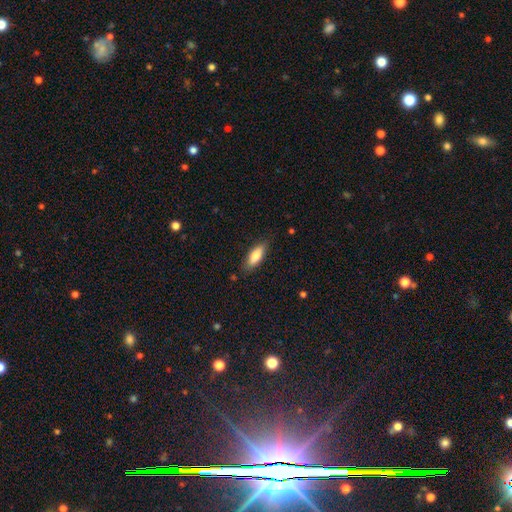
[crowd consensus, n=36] Smooth or featured: smooth — 72% (featured or disk — 25%)
How rounded: in between — 65% (cigar-shaped — 31%)
Merging: none — 89% (major disturbance — 6%)